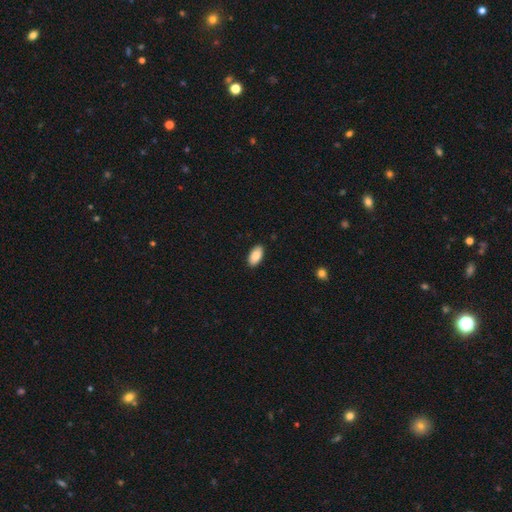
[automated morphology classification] Overall: smooth (86%). How rounded: in between (95%). Merging: none (89%).